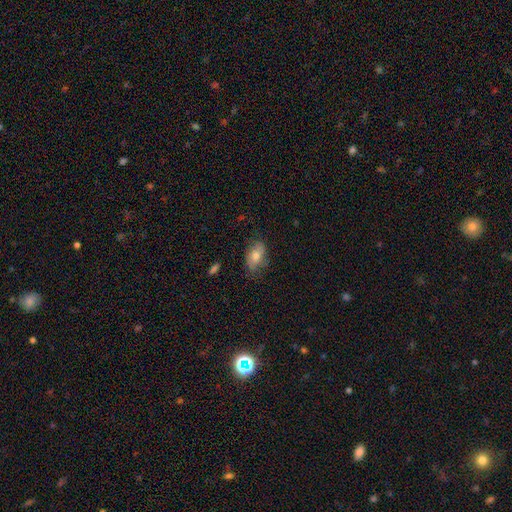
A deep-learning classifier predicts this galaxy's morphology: smooth_or_featured: smooth (p=0.69) [alt: featured or disk p=0.22]
how_rounded: in between (p=0.89) [alt: round p=0.08]
merging: none (p=0.74) [alt: minor disturbance p=0.20]